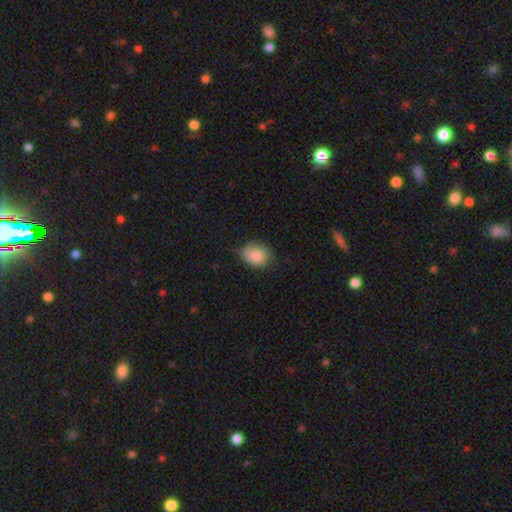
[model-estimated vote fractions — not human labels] smooth 83%, featured or disk 10%, star or artifact 7%. Down the decision tree: how rounded — in between (52%); merging — none (59%).